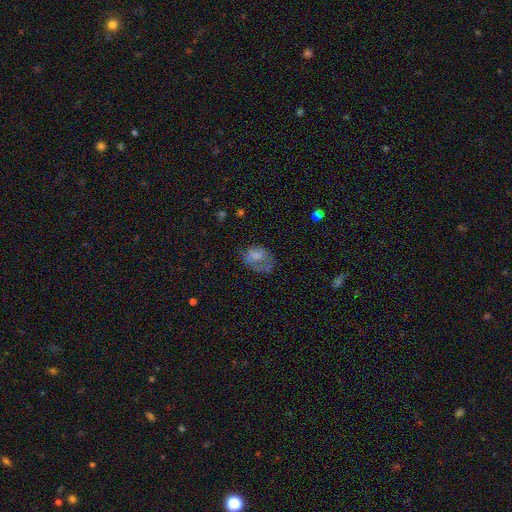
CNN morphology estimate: smooth-or-featured: smooth: 59% | featured or disk: 30% | star or artifact: 11%
  how-rounded: in between: 71% | round: 27% | cigar-shaped: 1%
  merging: none: 38% | major disturbance: 31% | minor disturbance: 27% | merger: 4%